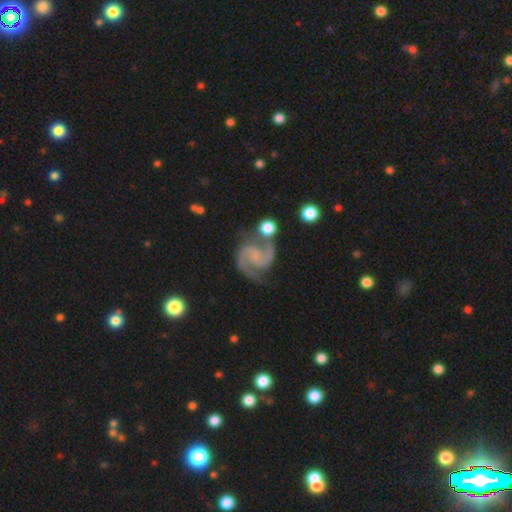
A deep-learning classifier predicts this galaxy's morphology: This appears to be a featured or disk galaxy (93%) with no bar (55%), 2 (94%) medium (63%) spiral arms (99%) and a small central bulge (47%). Merging: none (72%).